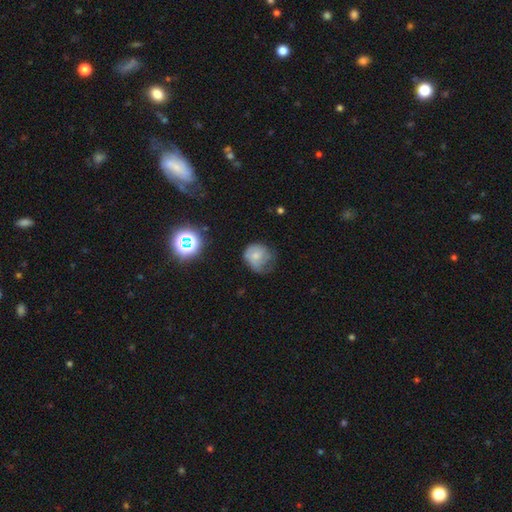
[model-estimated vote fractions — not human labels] smooth-or-featured: smooth: 53% | featured or disk: 35% | star or artifact: 12%
  how-rounded: round: 75% | in between: 24% | cigar-shaped: 1%
  merging: none: 40% | minor disturbance: 34% | major disturbance: 24% | merger: 2%